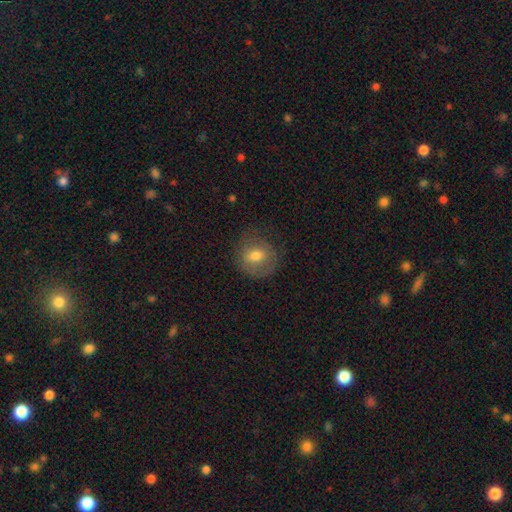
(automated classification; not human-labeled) The model was most divided on "smooth or featured": smooth: 63%, featured or disk: 28%, star or artifact: 9%. More confident: how rounded — round (77%); merging — none (67%).